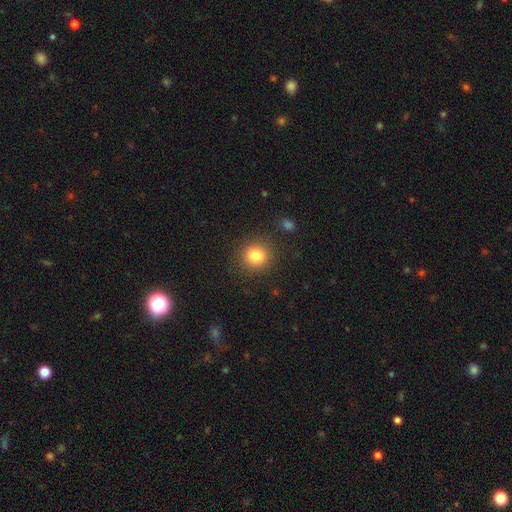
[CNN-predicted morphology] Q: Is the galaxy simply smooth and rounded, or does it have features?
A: smooth — 82%.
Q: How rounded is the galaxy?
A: round — 88%.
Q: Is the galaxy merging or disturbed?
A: none — 87%.